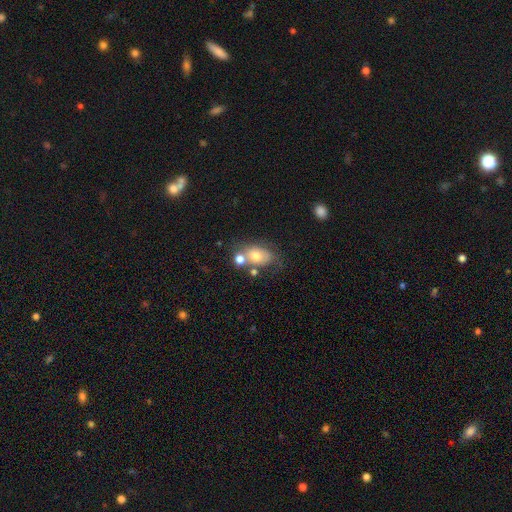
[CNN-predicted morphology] type=smooth (66%); roundness=in between (77%); merging=none (43%).